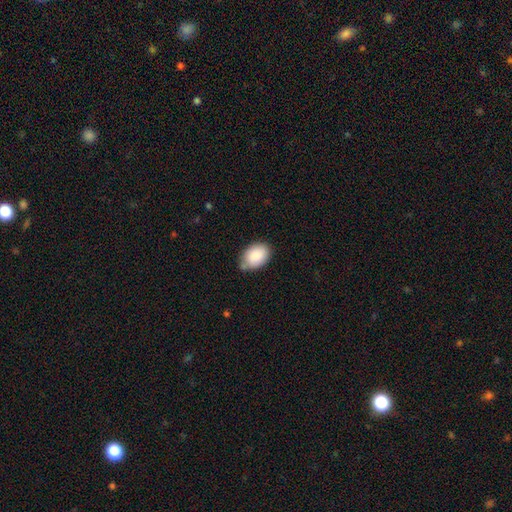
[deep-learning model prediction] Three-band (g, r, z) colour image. It shows a smooth galaxy with no disk features (87%) that is in between round and cigar-shaped (87%). Merging: none (67%).